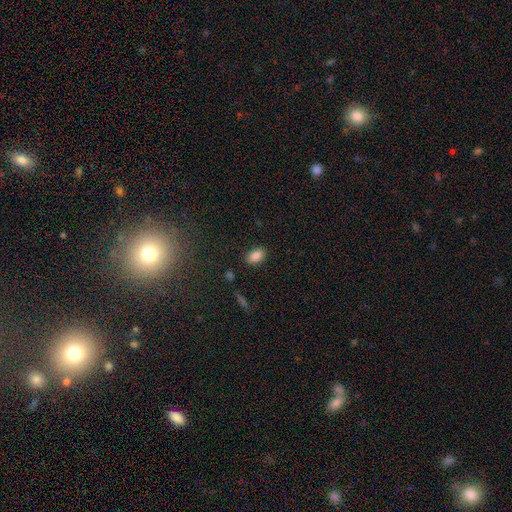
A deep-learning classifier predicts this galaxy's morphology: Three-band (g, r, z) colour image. It shows a smooth galaxy with no disk features (85%) that is in between round and cigar-shaped (88%). Merging: none (84%).